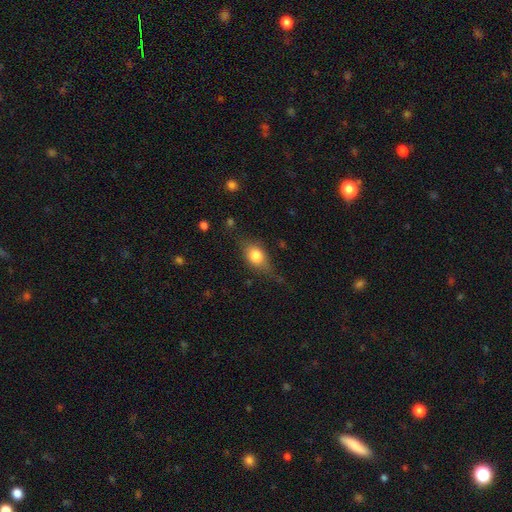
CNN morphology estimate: The model was most divided on "merging": none: 60%, minor disturbance: 26%, major disturbance: 11%, merger: 3%. More confident: smooth or featured — smooth (70%); how rounded — in between (66%).